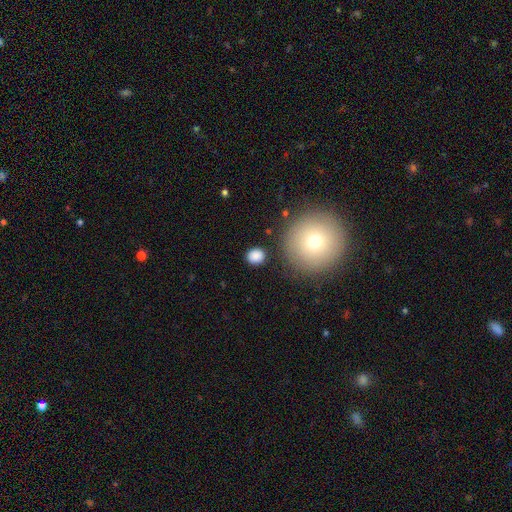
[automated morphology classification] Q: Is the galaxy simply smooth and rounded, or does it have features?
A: smooth — 84%.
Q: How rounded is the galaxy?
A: round — 78%.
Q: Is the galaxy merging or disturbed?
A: none — 86%.